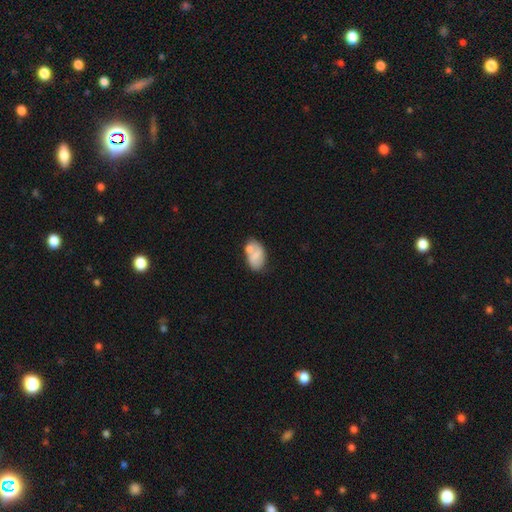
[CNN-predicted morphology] smooth-or-featured: smooth: 65% | featured or disk: 27% | star or artifact: 8%
  how-rounded: in between: 88% | round: 10% | cigar-shaped: 2%
  merging: none: 43% | merger: 27% | minor disturbance: 22% | major disturbance: 8%